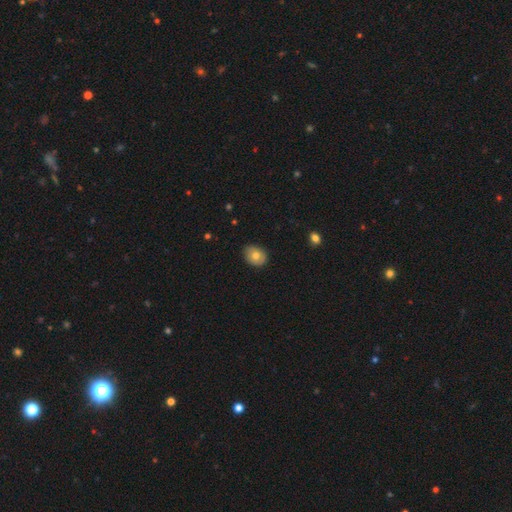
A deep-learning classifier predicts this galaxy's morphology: This is likely a smooth galaxy (75%). How rounded: possibly in between (54%). Merging: clearly none (82%).